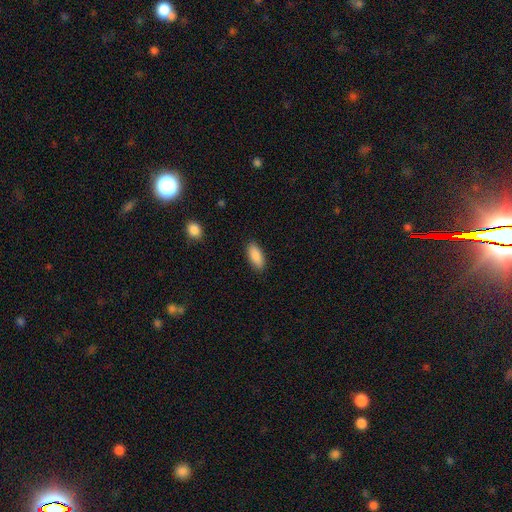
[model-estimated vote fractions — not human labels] Smooth or featured? Predicted: smooth (p=0.88). How rounded? Predicted: in between (p=0.84). Merging? Predicted: none (p=0.88).